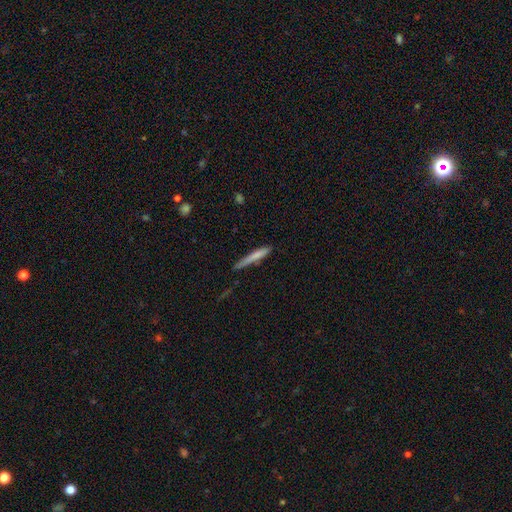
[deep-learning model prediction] smooth_or_featured: smooth (p=0.71) [alt: featured or disk p=0.23]
how_rounded: cigar-shaped (p=0.94) [alt: in between p=0.04]
merging: none (p=0.71) [alt: minor disturbance p=0.21]